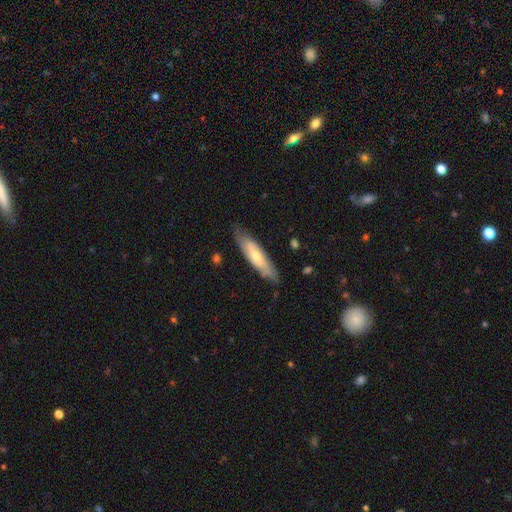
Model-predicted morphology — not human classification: A featured or disk galaxy (53%).

Vote fractions:
- Smooth or featured? featured or disk: 53% / smooth: 40% / star or artifact: 6%
- Edge-on disk? no: 52% / yes: 48%
- Merging? none: 78% / minor disturbance: 18% / major disturbance: 3% / merger: 1%